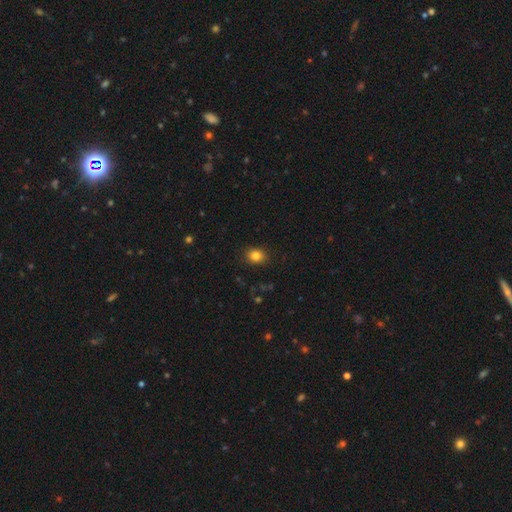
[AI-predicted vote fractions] Smooth or featured? smooth (84%)
How rounded? round (58%)
Merging? none (89%)